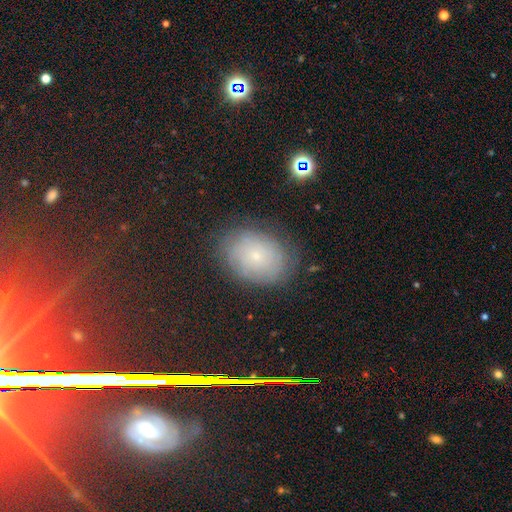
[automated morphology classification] This appears to be a smooth galaxy with no disk features (43%). Merging: none (82%).